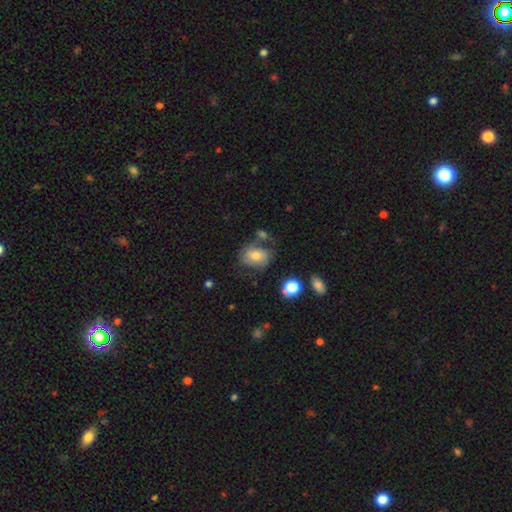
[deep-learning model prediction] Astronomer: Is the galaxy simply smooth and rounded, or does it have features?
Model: smooth — 55% (runner-up: featured or disk, 35%).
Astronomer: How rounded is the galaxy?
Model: in between — 57% (runner-up: round, 42%).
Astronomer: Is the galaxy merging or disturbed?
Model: none — 54%.